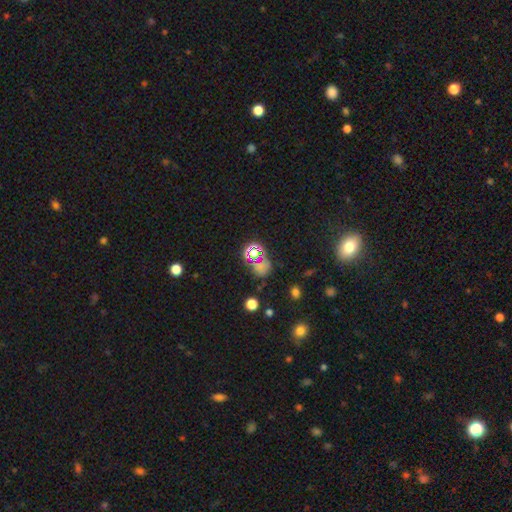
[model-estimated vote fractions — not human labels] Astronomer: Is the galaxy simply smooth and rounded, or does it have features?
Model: star or artifact — 61%.